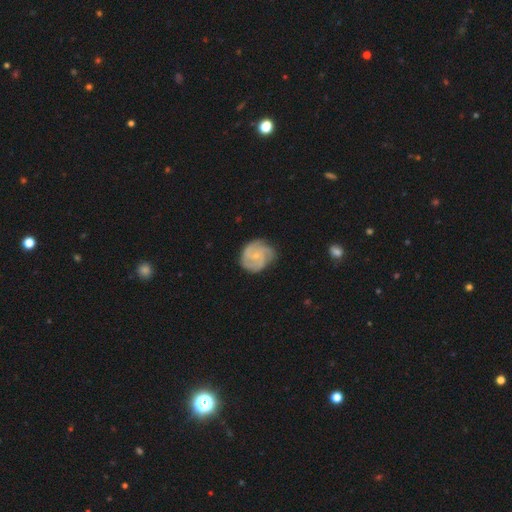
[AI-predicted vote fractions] Smooth or featured? Predicted: featured or disk (p=0.80). Edge-on disk? Predicted: no (p=0.98). Bar? Predicted: no (p=0.71). Spiral arms? Predicted: yes (p=0.96). Spiral winding? Predicted: tight (p=0.56). Spiral arm count? Predicted: 3 (p=0.51). Bulge size? Predicted: small (p=0.74). Merging? Predicted: none (p=0.73).